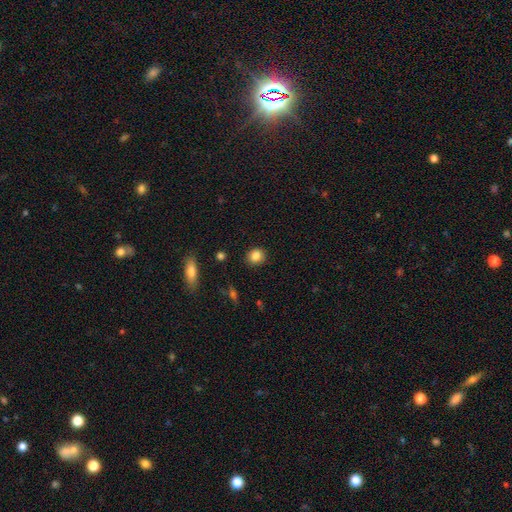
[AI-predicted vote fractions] Smooth or featured?
  - smooth: 85% *
  - star or artifact: 10%
  - featured or disk: 5%
How rounded?
  - round: 81% *
  - in between: 18%
  - cigar-shaped: 1%
Merging?
  - none: 89% *
  - minor disturbance: 7%
  - major disturbance: 2%
  - merger: 1%